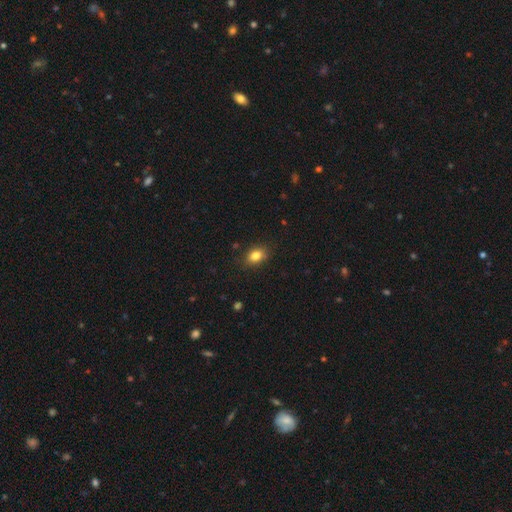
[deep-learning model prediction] Smooth or featured: smooth — 83% (star or artifact — 10%)
How rounded: in between — 75% (round — 24%)
Merging: none — 84% (minor disturbance — 12%)